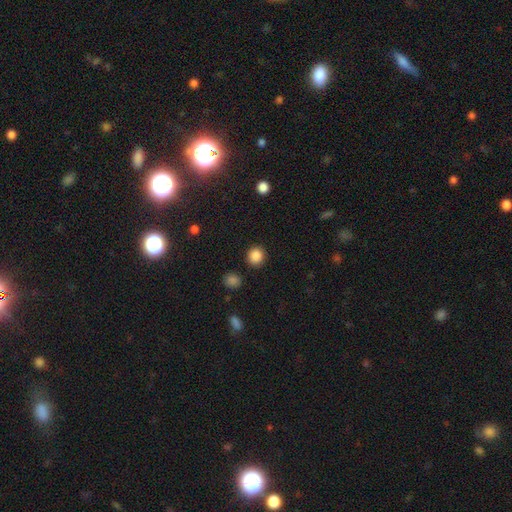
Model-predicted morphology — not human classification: The model was most divided on "how rounded": round: 87%, in between: 12%, cigar-shaped: 1%. More confident: merging — none (89%); smooth or featured — smooth (87%).